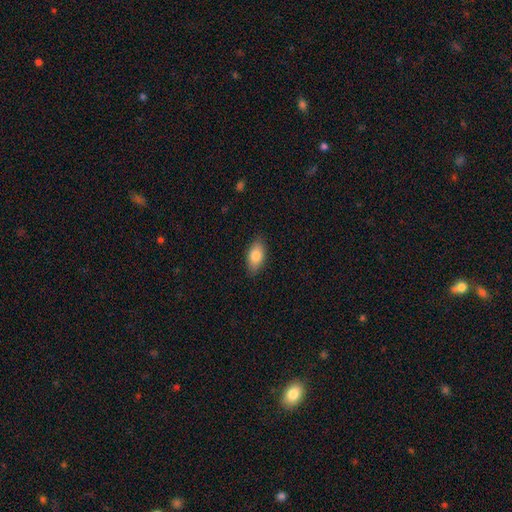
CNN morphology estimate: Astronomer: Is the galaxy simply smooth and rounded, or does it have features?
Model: smooth — 82%.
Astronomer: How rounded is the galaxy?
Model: in between — 91%.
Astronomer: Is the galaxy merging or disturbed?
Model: none — 86%.